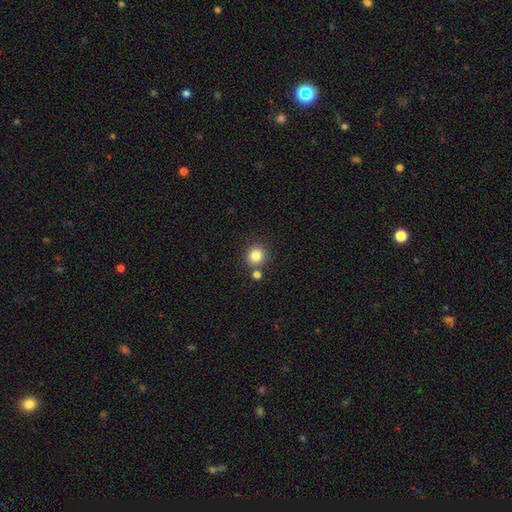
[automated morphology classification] Smooth or featured?
  - smooth: 83% *
  - star or artifact: 11%
  - featured or disk: 6%
How rounded?
  - round: 91% *
  - in between: 8%
  - cigar-shaped: 1%
Merging?
  - none: 77% *
  - merger: 13%
  - minor disturbance: 8%
  - major disturbance: 2%